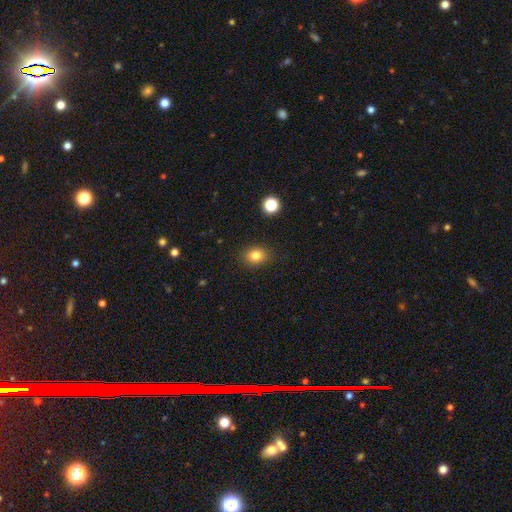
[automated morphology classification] This is clearly a smooth galaxy (82%). How rounded: possibly in between (50%). Merging: clearly none (87%).